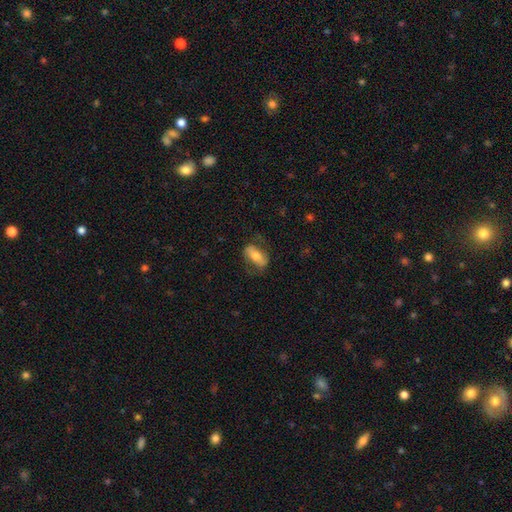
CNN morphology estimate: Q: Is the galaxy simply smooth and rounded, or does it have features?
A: smooth — 54%.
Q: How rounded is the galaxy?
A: in between — 83%.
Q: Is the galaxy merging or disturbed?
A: none — 69%.